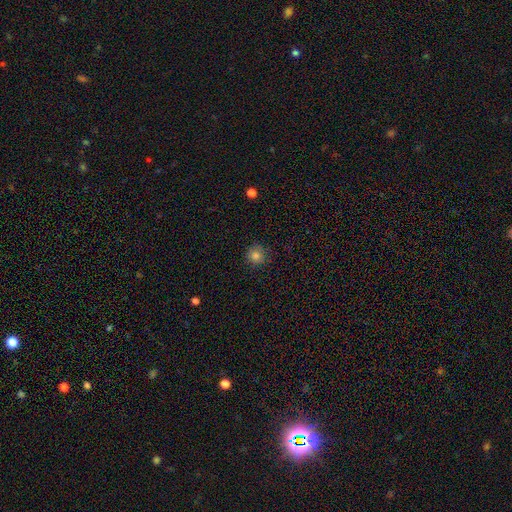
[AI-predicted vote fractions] Overall: smooth (82%). How rounded: round (93%). Merging: none (87%).